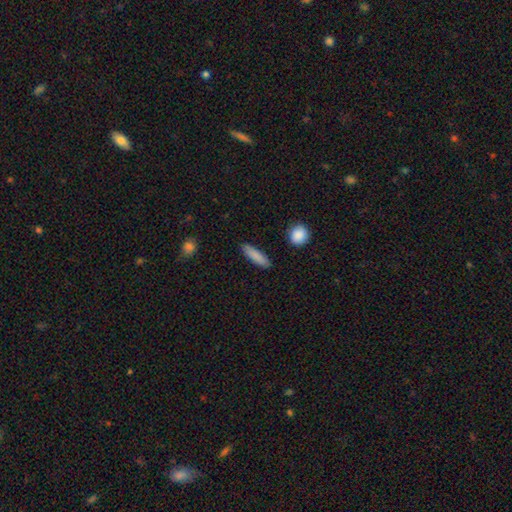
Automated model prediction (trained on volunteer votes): The model was most divided on "how rounded": cigar-shaped: 61%, in between: 37%, round: 2%. More confident: merging — none (87%); smooth or featured — smooth (85%).